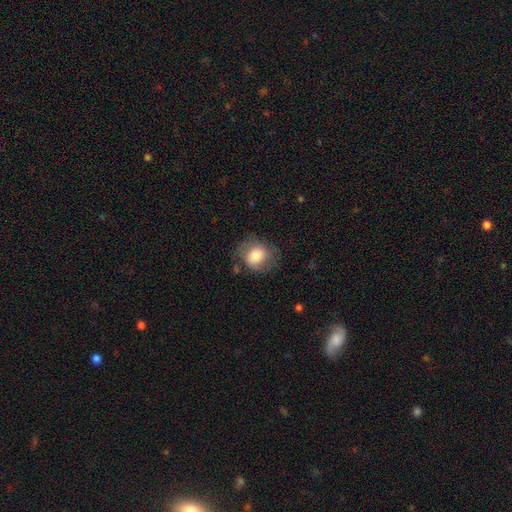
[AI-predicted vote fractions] Overall: smooth (71%). How rounded: round (66%; in between 33%). Merging: none (66%).